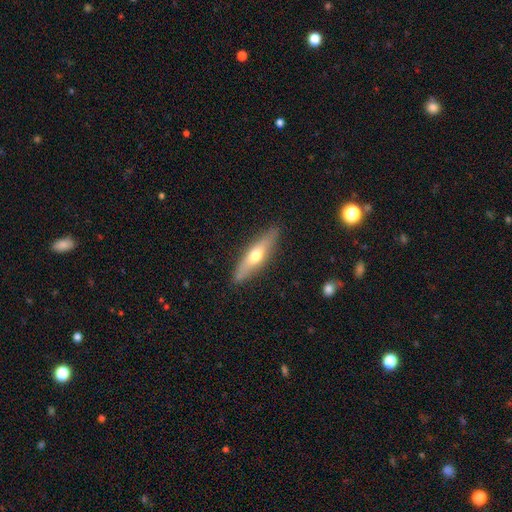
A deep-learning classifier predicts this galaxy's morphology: smooth_or_featured: smooth (p=0.50) [alt: featured or disk p=0.45]
merging: none (p=0.88) [alt: minor disturbance p=0.09]